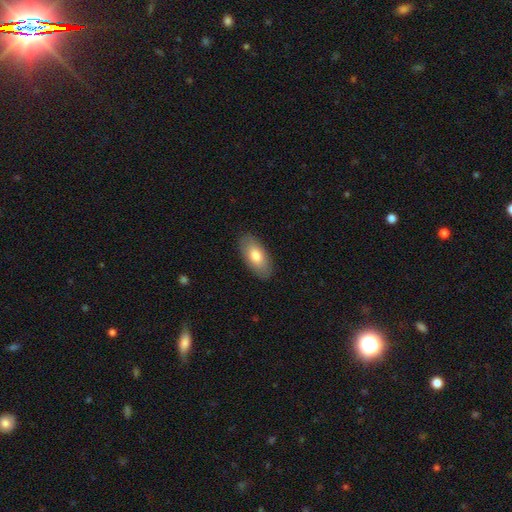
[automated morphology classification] Overall: smooth (77%). How rounded: in between (91%). Merging: none (87%).